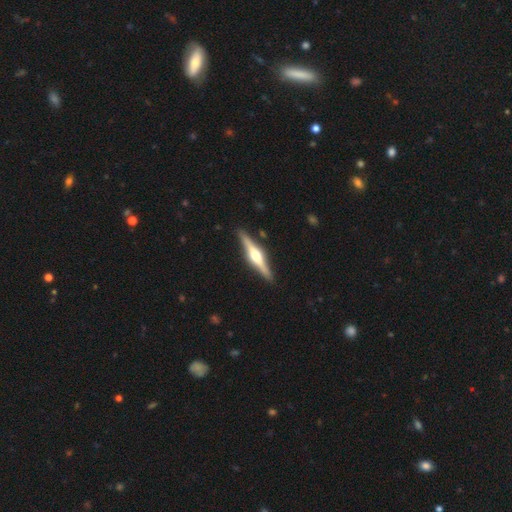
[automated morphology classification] This appears to be a featured or disk galaxy (78%) viewed edge-on (98%) with a rounded central bulge (94%). Merging: none (90%).